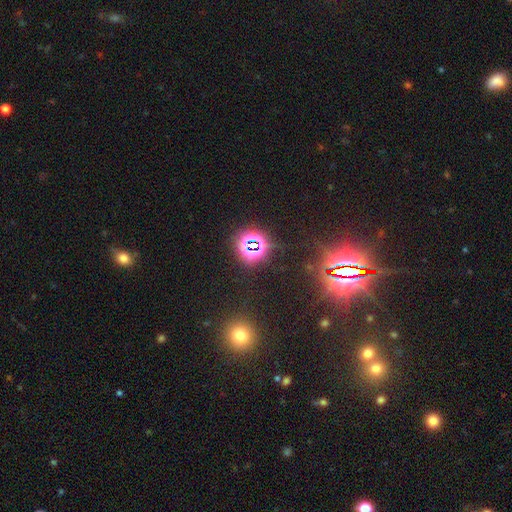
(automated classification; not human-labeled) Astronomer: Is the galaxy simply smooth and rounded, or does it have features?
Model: star or artifact — 80%.